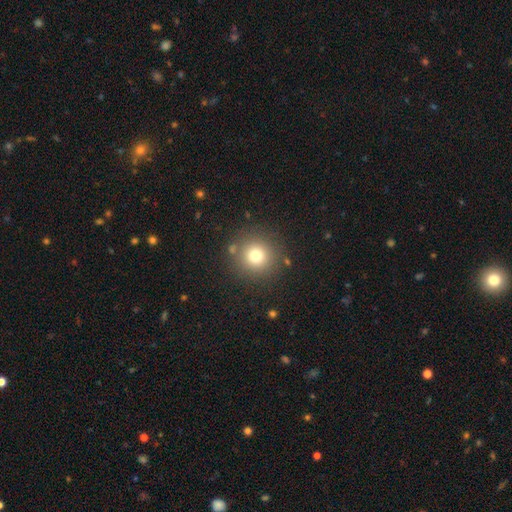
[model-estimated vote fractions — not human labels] smooth-or-featured: smooth: 75% | star or artifact: 15% | featured or disk: 10%
  how-rounded: round: 95% | in between: 4% | cigar-shaped: 1%
  merging: none: 85% | minor disturbance: 7% | merger: 4% | major disturbance: 4%